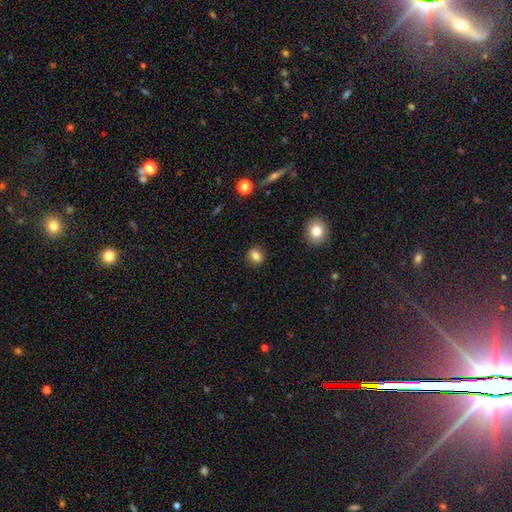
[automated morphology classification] The model was most divided on "how rounded": round: 71%, in between: 27%, cigar-shaped: 1%. More confident: merging — none (90%); smooth or featured — smooth (83%).